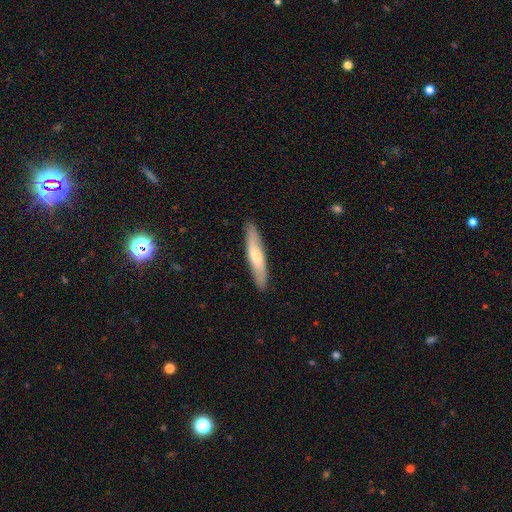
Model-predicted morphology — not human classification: Smooth or featured: smooth — 55% (featured or disk — 39%)
How rounded: cigar-shaped — 87% (in between — 11%)
Merging: none — 90% (minor disturbance — 8%)